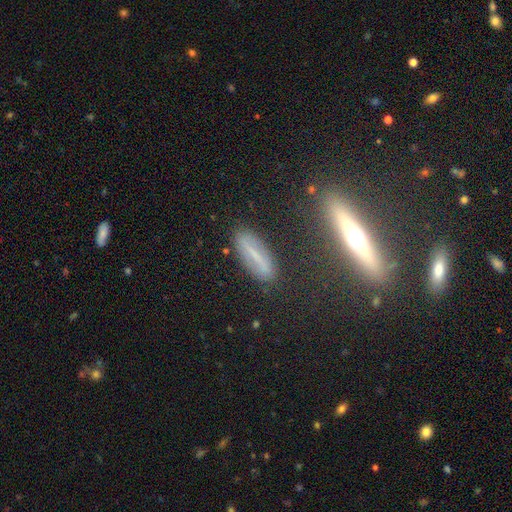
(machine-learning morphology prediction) Smooth or featured? Predicted: featured or disk (p=0.47). Merging? Predicted: none (p=0.82).